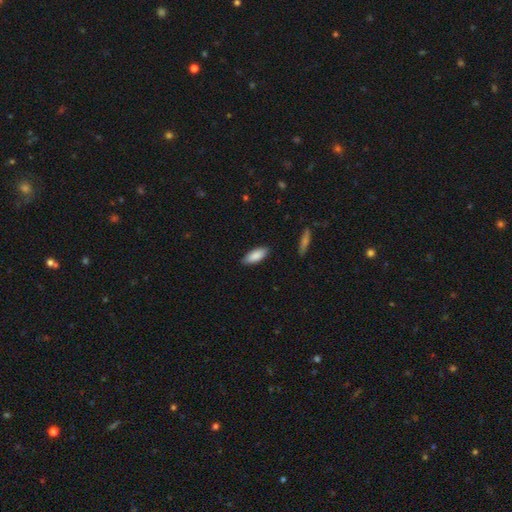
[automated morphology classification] smooth 87%, featured or disk 7%, star or artifact 6%. Down the decision tree: how rounded — in between (80%); merging — none (87%).